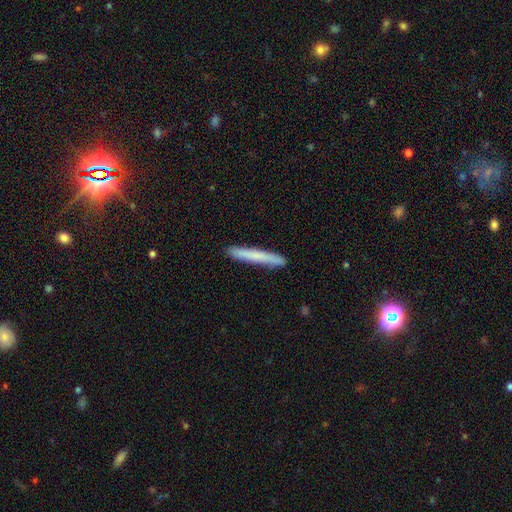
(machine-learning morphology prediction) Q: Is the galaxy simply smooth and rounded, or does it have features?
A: smooth — 72%.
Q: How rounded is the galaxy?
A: cigar-shaped — 96%.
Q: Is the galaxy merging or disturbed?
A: none — 90%.